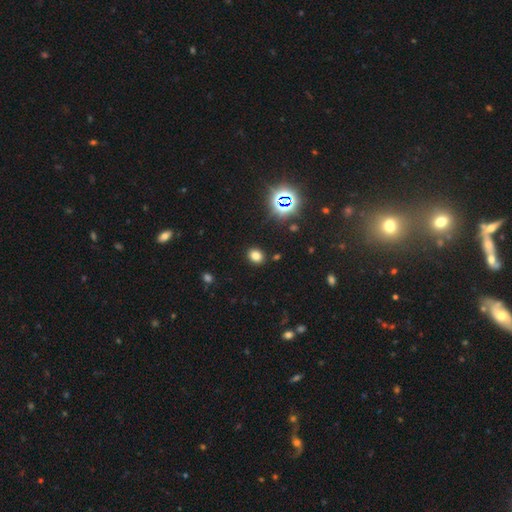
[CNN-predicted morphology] Smooth or featured?
  - smooth: 74% *
  - star or artifact: 20%
  - featured or disk: 6%
How rounded?
  - round: 53% *
  - in between: 46%
  - cigar-shaped: 1%
Merging?
  - none: 88% *
  - minor disturbance: 7%
  - major disturbance: 2%
  - merger: 2%